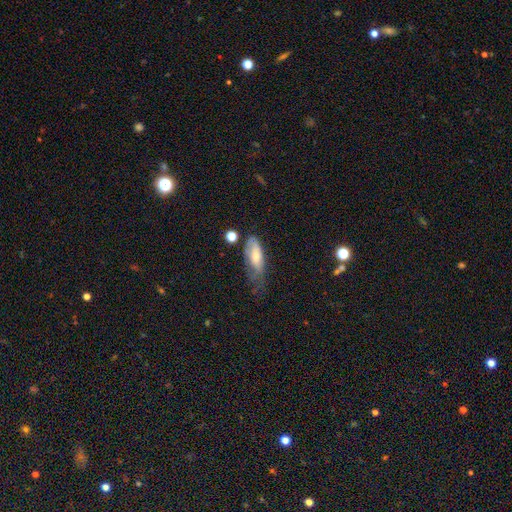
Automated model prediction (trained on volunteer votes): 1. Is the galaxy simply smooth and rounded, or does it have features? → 61% smooth, 31% featured or disk, 8% star or artifact.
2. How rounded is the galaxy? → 74% in between, 23% cigar-shaped, 3% round.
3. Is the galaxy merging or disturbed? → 35% minor disturbance, 32% major disturbance, 28% none, 5% merger.